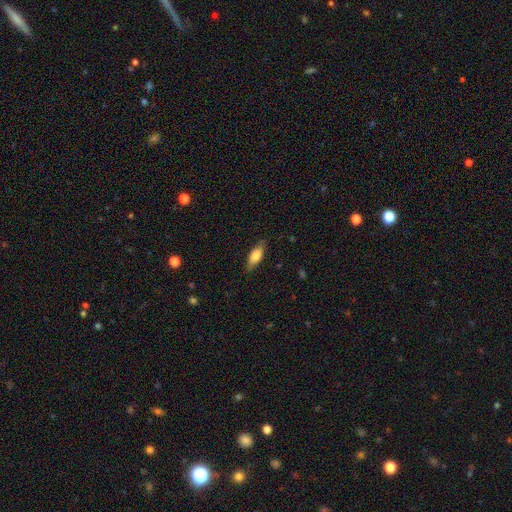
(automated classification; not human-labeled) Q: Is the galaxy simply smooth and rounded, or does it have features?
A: smooth — 73%.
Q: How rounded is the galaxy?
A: in between — 67%.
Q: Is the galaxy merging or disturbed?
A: none — 81%.